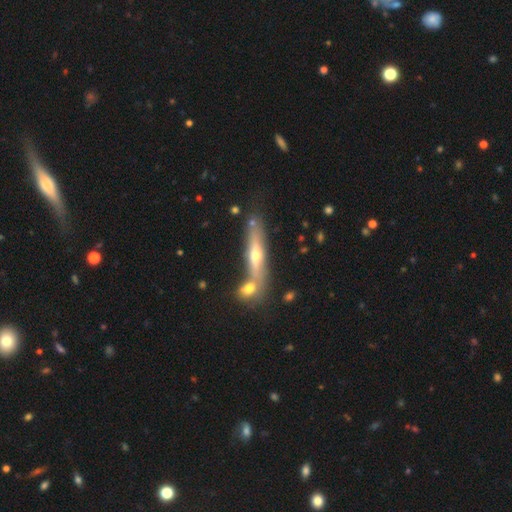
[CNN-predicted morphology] Smooth or featured?
  - featured or disk: 60% *
  - smooth: 32%
  - star or artifact: 8%
Edge-on disk?
  - yes: 88% *
  - no: 12%
Edge-on bulge?
  - rounded: 87% *
  - none: 10%
  - boxy: 3%
Merging?
  - none: 63% *
  - merger: 22%
  - minor disturbance: 11%
  - major disturbance: 3%